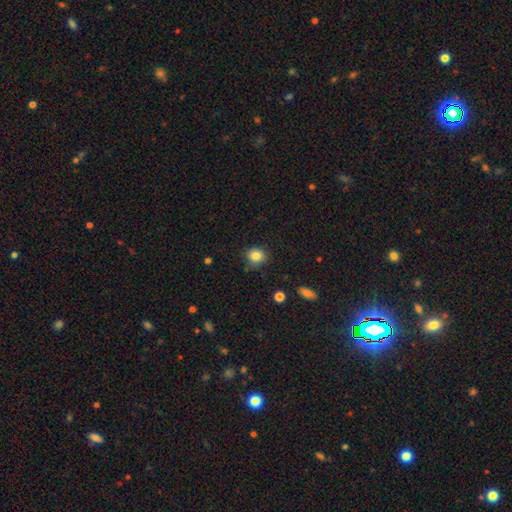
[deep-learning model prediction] A smooth galaxy with no disk features (84%) that is round (78%).

Vote fractions:
- Smooth or featured? smooth: 84% / star or artifact: 10% / featured or disk: 5%
- How rounded? round: 78% / in between: 21% / cigar-shaped: 1%
- Merging? none: 78% / minor disturbance: 16% / major disturbance: 3% / merger: 2%